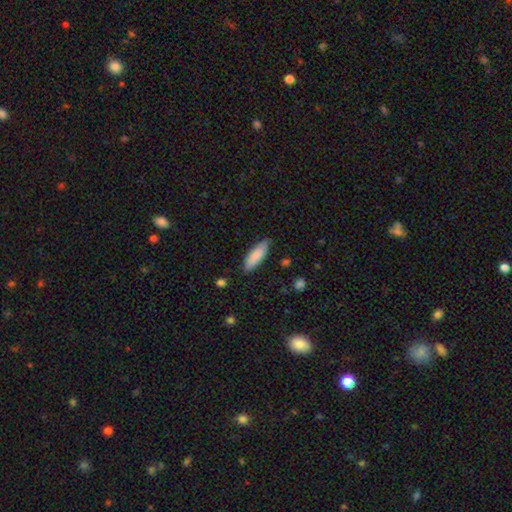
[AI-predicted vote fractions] Smooth or featured? Predicted: smooth (p=0.86). How rounded? Predicted: in between (p=0.52). Merging? Predicted: none (p=0.83).